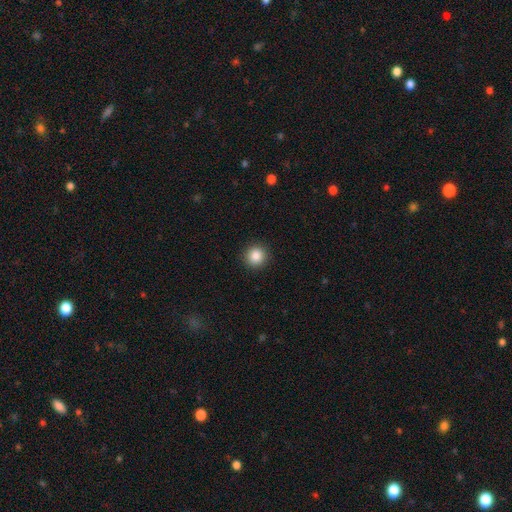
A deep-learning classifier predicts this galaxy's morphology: Smooth or featured: smooth — 86% (star or artifact — 10%)
How rounded: round — 94% (in between — 5%)
Merging: none — 92% (minor disturbance — 5%)